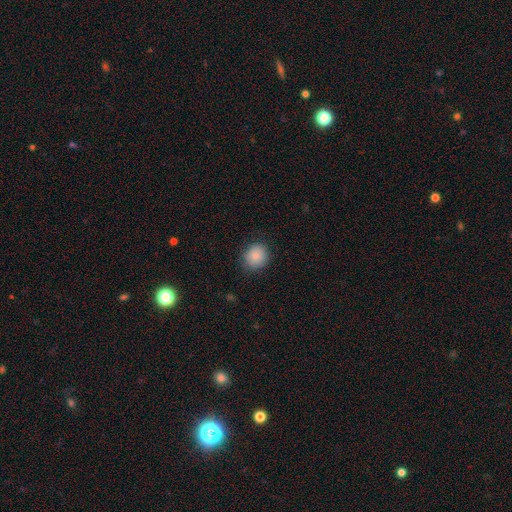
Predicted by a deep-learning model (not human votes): Q: Smooth or featured?
A: smooth (86%); runner-up: star or artifact (9%)
Q: How rounded?
A: round (85%); runner-up: in between (15%)
Q: Merging?
A: none (85%); runner-up: minor disturbance (11%)